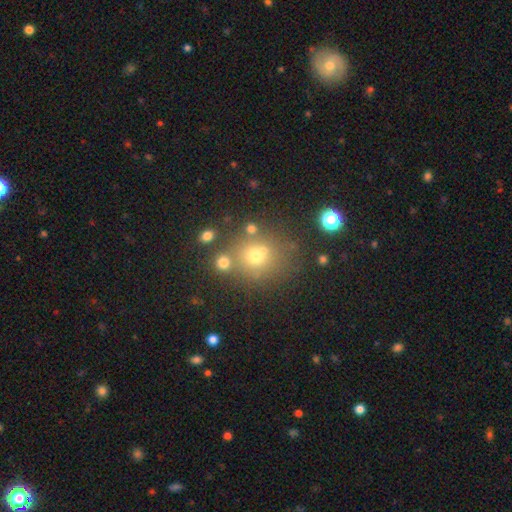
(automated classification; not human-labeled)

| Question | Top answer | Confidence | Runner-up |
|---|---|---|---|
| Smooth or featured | smooth | 63% | star or artifact (23%) |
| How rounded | round | 83% | in between (16%) |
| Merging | none | 64% | merger (20%) |